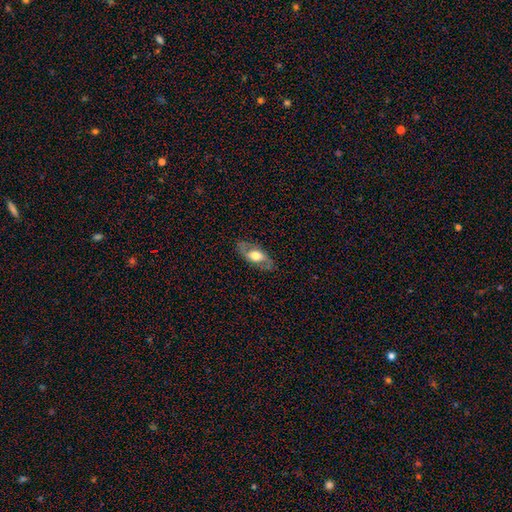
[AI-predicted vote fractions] Smooth or featured? featured or disk (59%)
Edge-on disk? no (84%)
Bar? no (63%)
Spiral arms? yes (70%)
Bulge size? moderate (56%)
Merging? none (77%)